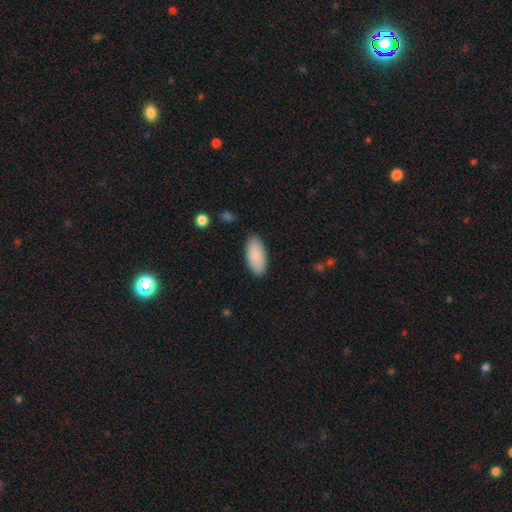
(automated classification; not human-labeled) A smooth galaxy with no disk features (90%) that is in between round and cigar-shaped (89%).

Vote fractions:
- Smooth or featured? smooth: 90% / star or artifact: 6% / featured or disk: 5%
- How rounded? in between: 89% / cigar-shaped: 9% / round: 2%
- Merging? none: 88% / minor disturbance: 9% / major disturbance: 2% / merger: 1%